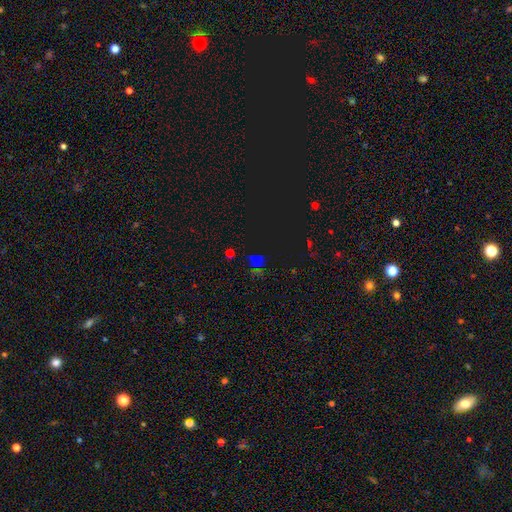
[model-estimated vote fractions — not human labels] Overall: star or artifact (65%; smooth 27%).